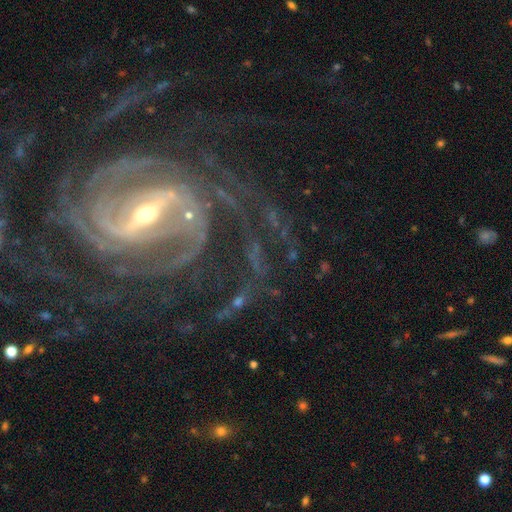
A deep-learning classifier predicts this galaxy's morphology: The model was most divided on "spiral winding": medium: 42%, tight: 41%, loose: 17%. Remaining: spiral arms — yes (96%); edge-on disk — no (96%); smooth or featured — featured or disk (89%); bar — strong (71%); merging — none (57%); bulge size — small (55%); spiral arm count — 2 (35%).